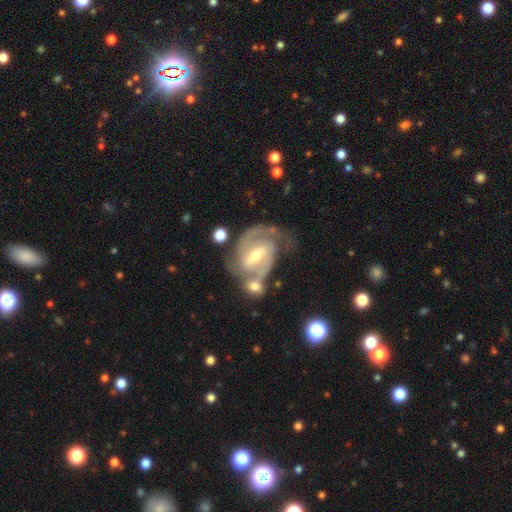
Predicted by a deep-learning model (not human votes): Smooth or featured?
  - featured or disk: 91% *
  - star or artifact: 5%
  - smooth: 5%
Edge-on disk?
  - no: 97% *
  - yes: 3%
Bar?
  - strong: 50% *
  - weak: 41%
  - no: 9%
Spiral arms?
  - yes: 98% *
  - no: 2%
Spiral winding?
  - medium: 47% *
  - tight: 44%
  - loose: 9%
Spiral arm count?
  - 2: 84% *
  - 3: 6%
  - can't tell: 4%
  - 1: 2%
  - 4: 1%
  - more than 4: 1%
Bulge size?
  - moderate: 53% *
  - small: 41%
  - large: 3%
  - none: 2%
  - dominant: 1%
Merging?
  - none: 55% *
  - merger: 20%
  - minor disturbance: 16%
  - major disturbance: 8%